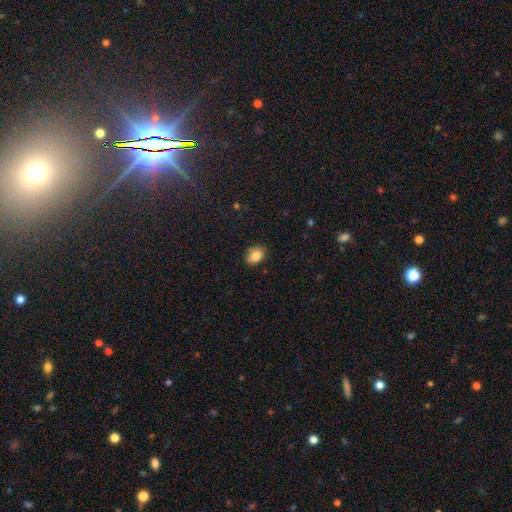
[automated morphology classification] Smooth or featured? Predicted: smooth (p=0.86). How rounded? Predicted: in between (p=0.73). Merging? Predicted: none (p=0.83).